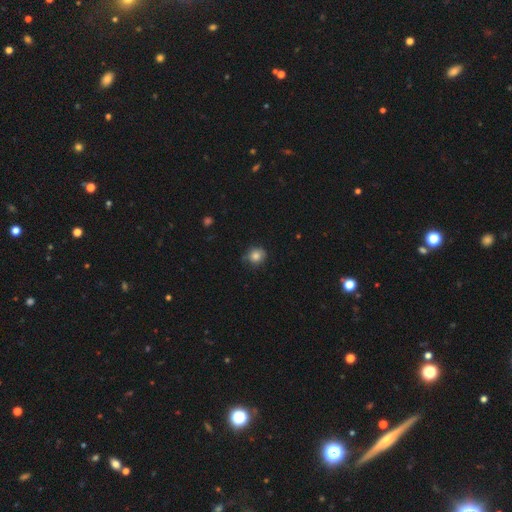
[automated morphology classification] smooth 81%, star or artifact 10%, featured or disk 9%. Down the decision tree: how rounded — round (82%); merging — none (72%).